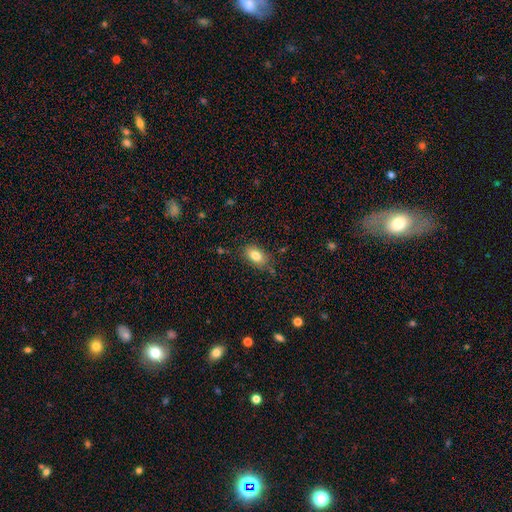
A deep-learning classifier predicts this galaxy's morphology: Q: Smooth or featured?
A: smooth (81%); runner-up: featured or disk (10%)
Q: How rounded?
A: in between (86%); runner-up: round (12%)
Q: Merging?
A: none (78%); runner-up: minor disturbance (16%)